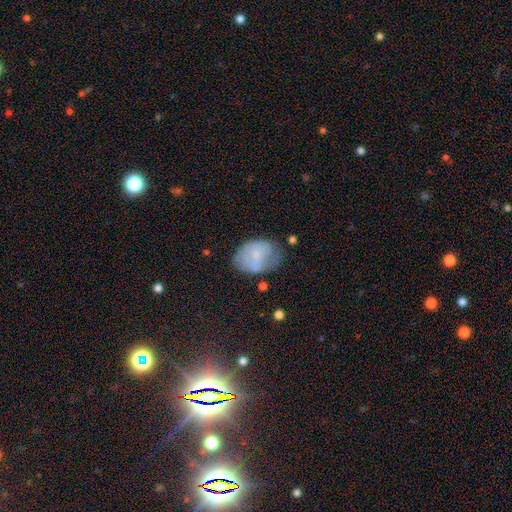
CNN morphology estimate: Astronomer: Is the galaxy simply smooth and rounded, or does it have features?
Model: smooth — 59%.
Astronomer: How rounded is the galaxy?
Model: in between — 75%.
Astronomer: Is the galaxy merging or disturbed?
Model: none — 48% (runner-up: minor disturbance, 34%).